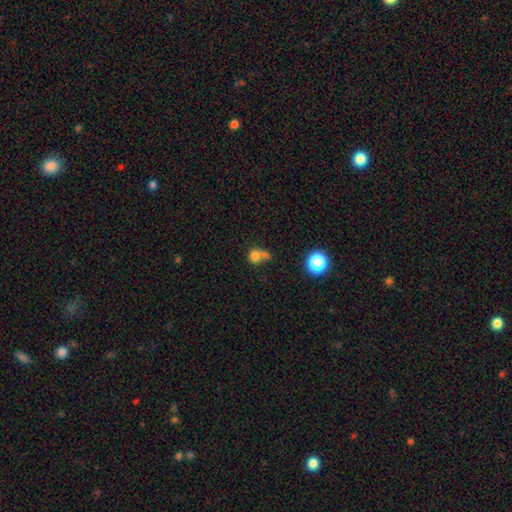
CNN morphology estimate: Smooth or featured?
  - smooth: 77% *
  - star or artifact: 13%
  - featured or disk: 11%
How rounded?
  - round: 81% *
  - in between: 18%
  - cigar-shaped: 1%
Merging?
  - merger: 46% *
  - none: 36%
  - minor disturbance: 10%
  - major disturbance: 7%